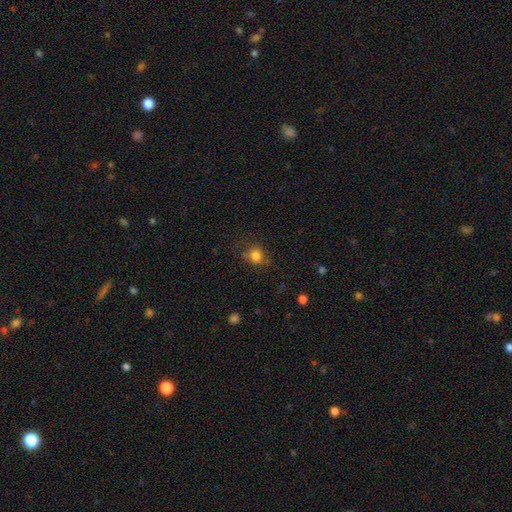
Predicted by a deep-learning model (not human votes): smooth 79%, star or artifact 12%, featured or disk 9%. Down the decision tree: how rounded — round (76%); merging — none (63%).